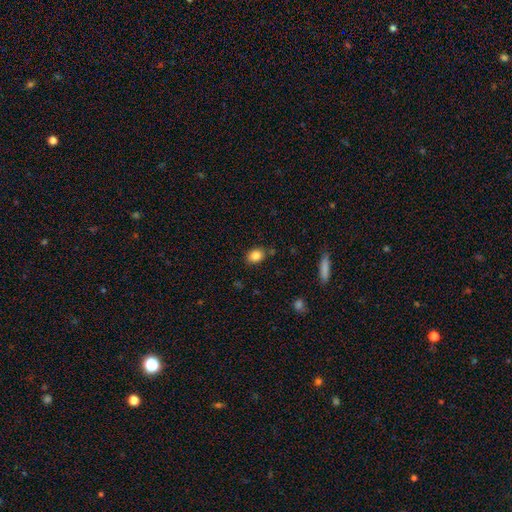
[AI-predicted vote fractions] Smooth or featured?
  - smooth: 84% *
  - star or artifact: 9%
  - featured or disk: 7%
How rounded?
  - in between: 62% *
  - round: 37%
  - cigar-shaped: 1%
Merging?
  - none: 82% *
  - minor disturbance: 12%
  - merger: 3%
  - major disturbance: 3%